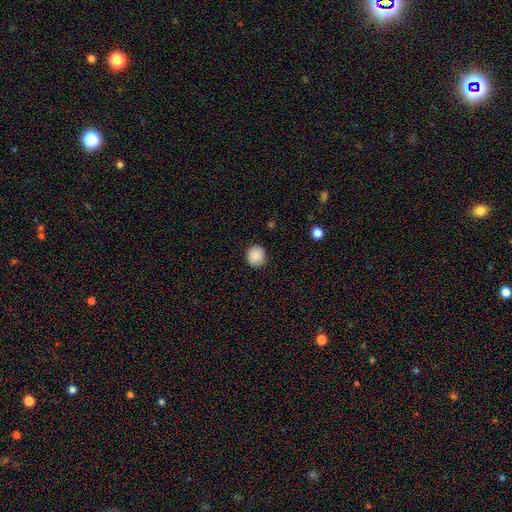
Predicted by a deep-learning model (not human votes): The model was most divided on "merging": none: 86%, minor disturbance: 11%, major disturbance: 2%, merger: 1%. More confident: how rounded — round (90%); smooth or featured — smooth (84%).